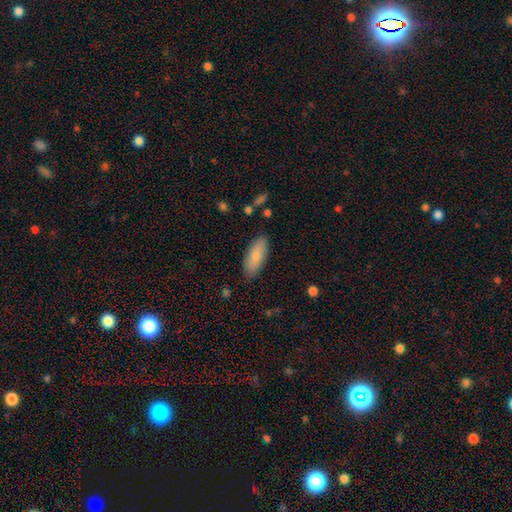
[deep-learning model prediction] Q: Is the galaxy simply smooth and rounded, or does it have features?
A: smooth — 80%.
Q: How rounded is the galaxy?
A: in between — 79%.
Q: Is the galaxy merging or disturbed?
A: none — 85%.